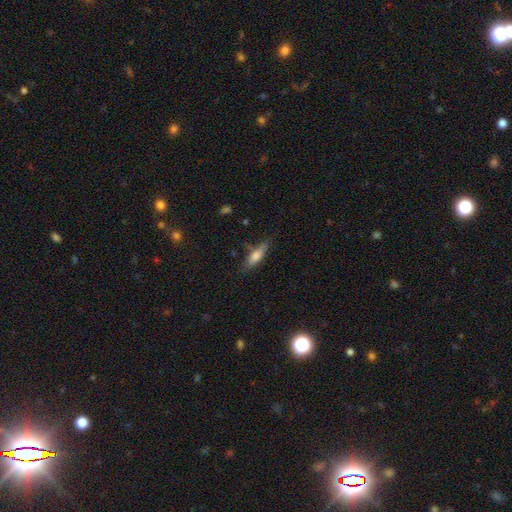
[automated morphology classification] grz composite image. It shows a smooth galaxy with no disk features (68%) that is cigar-shaped (51%). Merging: none (68%).